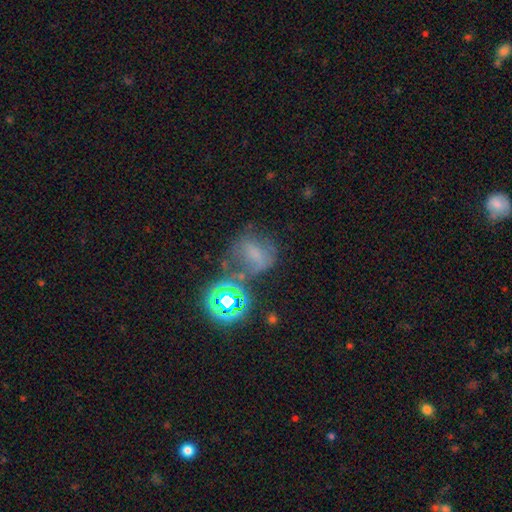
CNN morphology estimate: Smooth or featured? Predicted: smooth (p=0.45). Merging? Predicted: none (p=0.42).